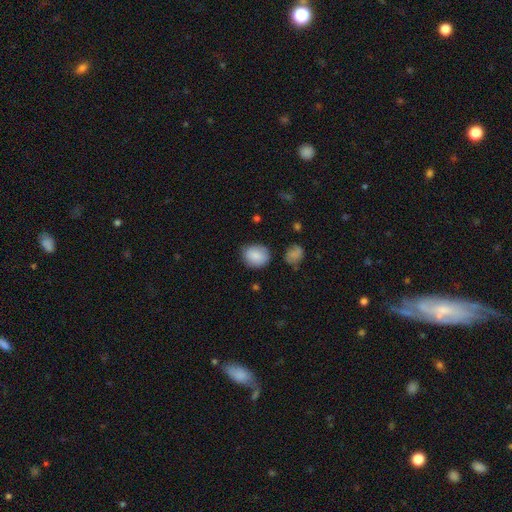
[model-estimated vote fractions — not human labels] This appears to be a smooth galaxy with no disk features (86%) that is round (57%). Merging: none (75%).